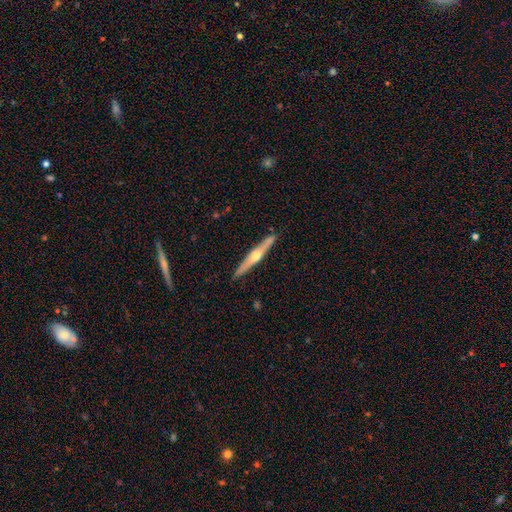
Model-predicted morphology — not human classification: Smooth or featured? Predicted: featured or disk (p=0.73). Edge-on disk? Predicted: yes (p=0.97). Edge-on bulge? Predicted: rounded (p=0.92). Merging? Predicted: none (p=0.90).